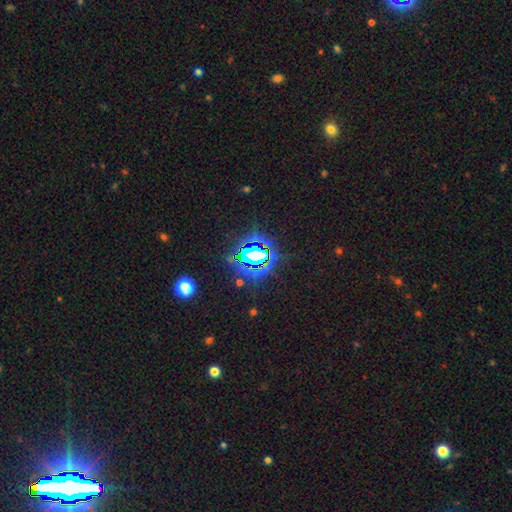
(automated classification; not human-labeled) This appears to be a star or artifact, not a galaxy (73%).